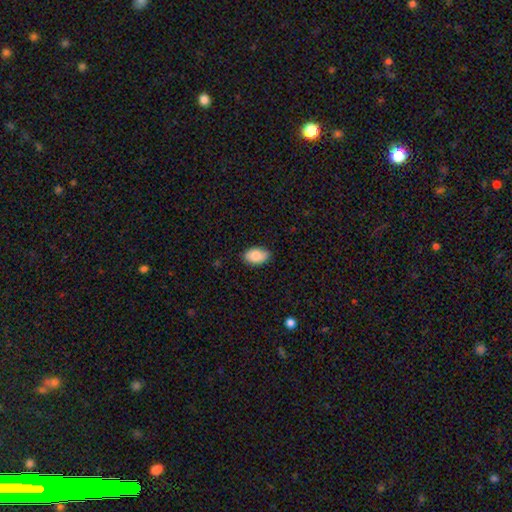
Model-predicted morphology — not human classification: smooth_or_featured: smooth (p=0.87) [alt: star or artifact p=0.07]
how_rounded: in between (p=0.91) [alt: round p=0.08]
merging: none (p=0.83) [alt: minor disturbance p=0.14]